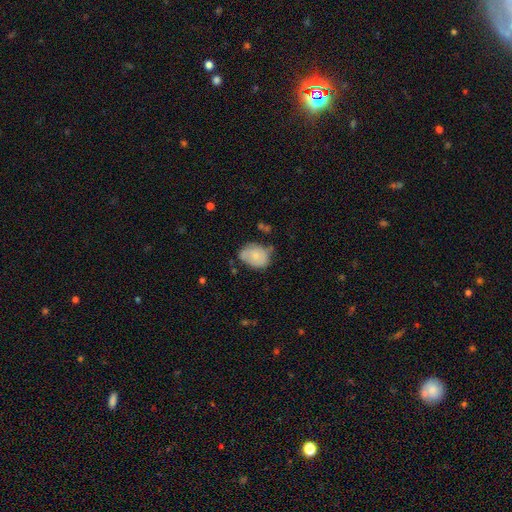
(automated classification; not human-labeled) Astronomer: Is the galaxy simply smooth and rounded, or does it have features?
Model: smooth — 71%.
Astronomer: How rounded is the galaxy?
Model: in between — 64%.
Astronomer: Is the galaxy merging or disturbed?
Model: none — 50% (runner-up: minor disturbance, 35%).